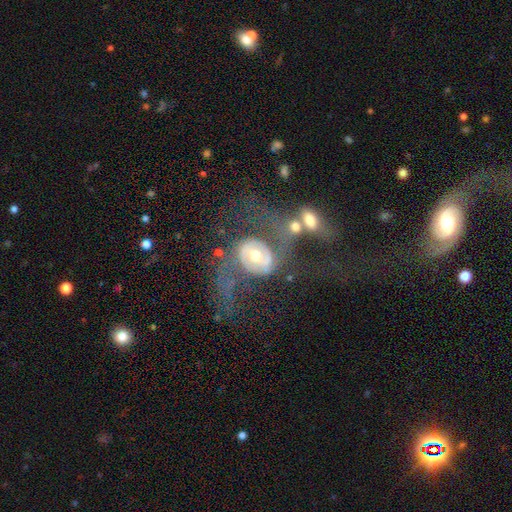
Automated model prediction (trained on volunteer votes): featured or disk 74%, smooth 20%, star or artifact 6%. Down the decision tree: edge-on disk — no (96%); bar — no (64%); spiral arms — yes (68%); bulge size — moderate (73%); merging — none (33%).